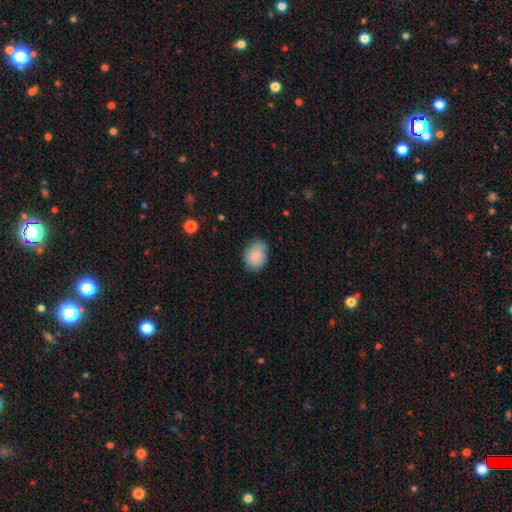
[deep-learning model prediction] This is clearly a smooth galaxy (88%). How rounded: likely in between (71%). Merging: likely none (77%).